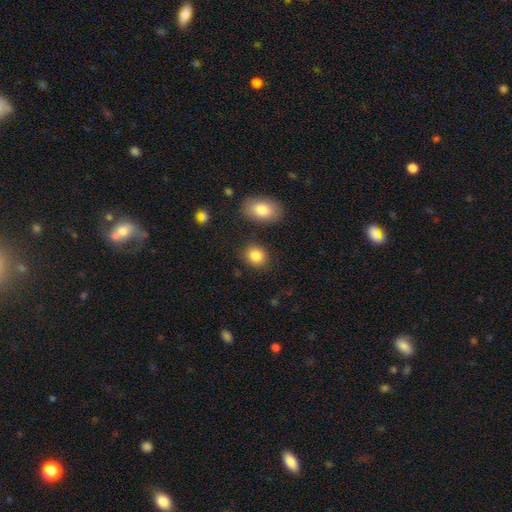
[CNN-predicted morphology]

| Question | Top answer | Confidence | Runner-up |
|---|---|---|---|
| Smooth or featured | smooth | 86% | star or artifact (8%) |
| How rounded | round | 61% | in between (38%) |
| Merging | none | 83% | minor disturbance (9%) |